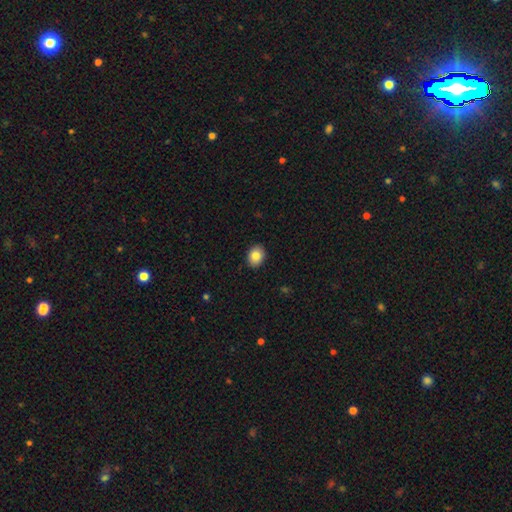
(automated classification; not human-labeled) smooth-or-featured: smooth: 84% | featured or disk: 8% | star or artifact: 8%
  how-rounded: in between: 63% | round: 36% | cigar-shaped: 1%
  merging: none: 91% | minor disturbance: 7% | major disturbance: 2% | merger: 1%